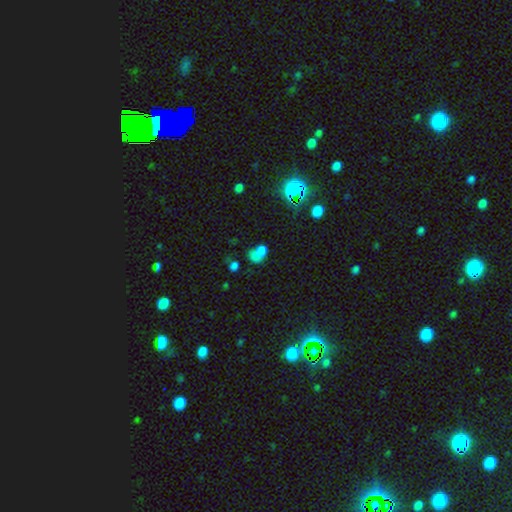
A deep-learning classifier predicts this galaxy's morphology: type=smooth (64%); roundness=in between (67%); merging=merger (49%).